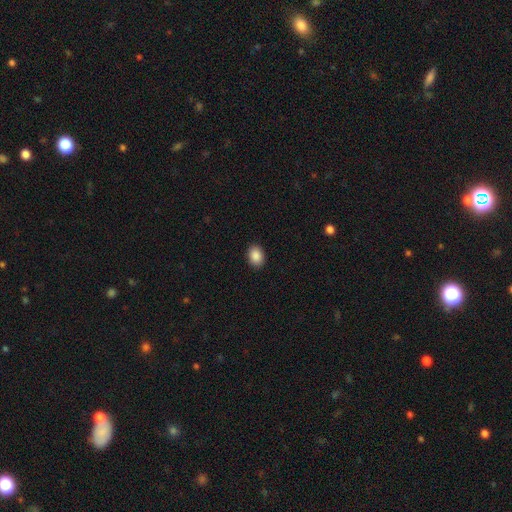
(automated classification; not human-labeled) This appears to be a smooth galaxy with no disk features (89%) that is in between round and cigar-shaped (74%). Merging: none (90%).